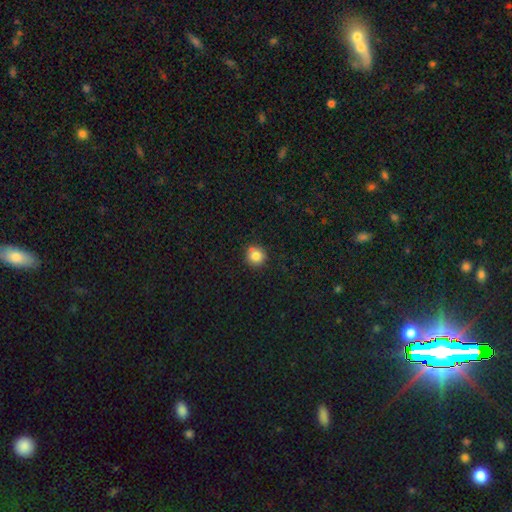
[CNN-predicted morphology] smooth 83%, star or artifact 11%, featured or disk 7%. Down the decision tree: how rounded — round (93%); merging — none (79%).